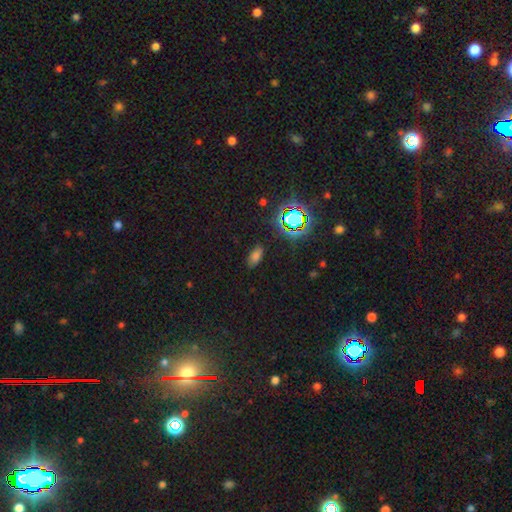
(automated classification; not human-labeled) Morphology: type=smooth (64%); roundness=in between (87%); merging=none (84%).